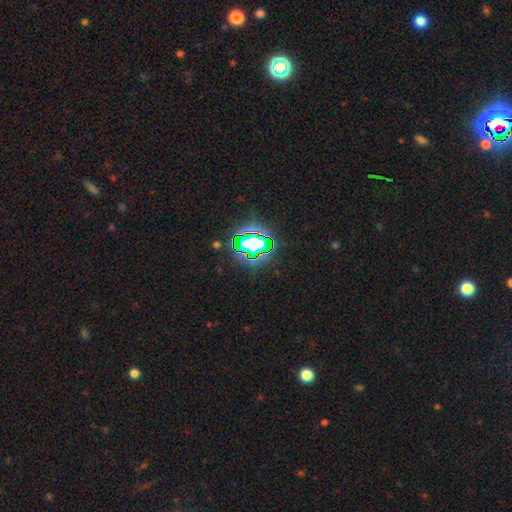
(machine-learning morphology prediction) A star or artifact, not a galaxy (78%).

Vote fractions:
- Smooth or featured? star or artifact: 78% / smooth: 13% / featured or disk: 9%